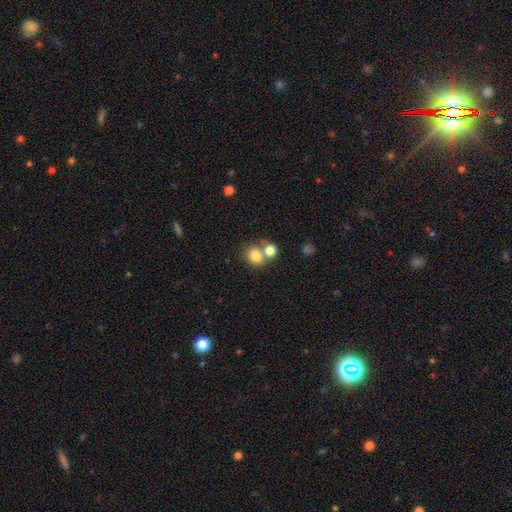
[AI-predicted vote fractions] The model was most divided on "merging": none: 46%, merger: 41%, minor disturbance: 9%, major disturbance: 4%. More confident: smooth or featured — smooth (80%); how rounded — round (64%).